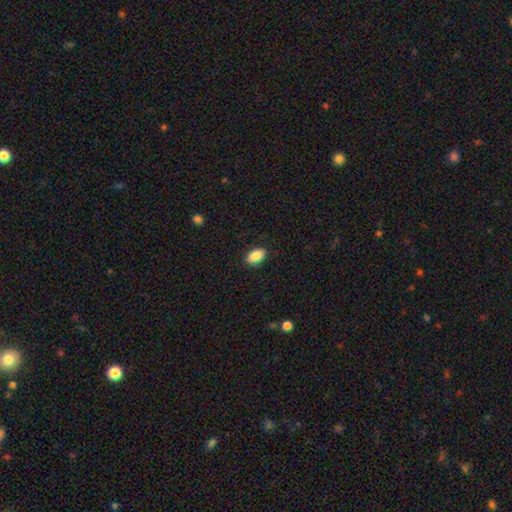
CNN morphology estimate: Q: Smooth or featured?
A: smooth (88%); runner-up: star or artifact (7%)
Q: How rounded?
A: in between (92%); runner-up: round (5%)
Q: Merging?
A: none (88%); runner-up: minor disturbance (9%)